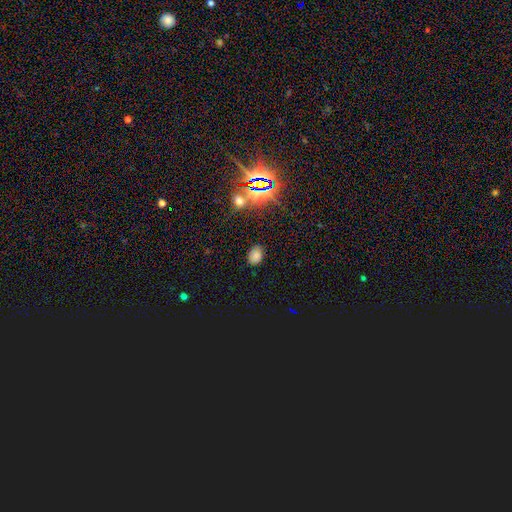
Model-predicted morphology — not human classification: Smooth or featured: smooth — 72% (star or artifact — 21%)
How rounded: in between — 77% (round — 22%)
Merging: none — 84% (minor disturbance — 11%)